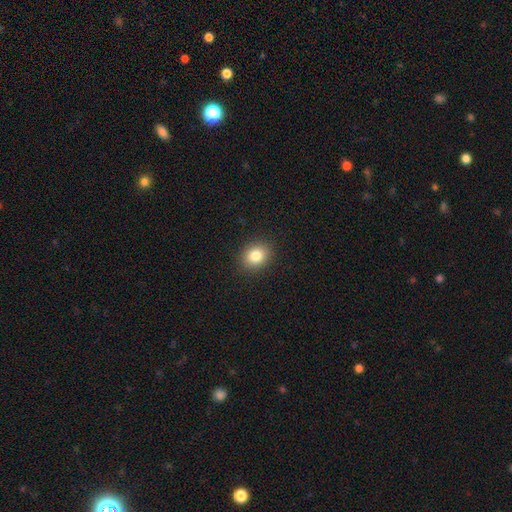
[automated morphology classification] smooth_or_featured: smooth (p=0.83) [alt: star or artifact p=0.10]
how_rounded: round (p=0.59) [alt: in between p=0.41]
merging: none (p=0.90) [alt: minor disturbance p=0.07]